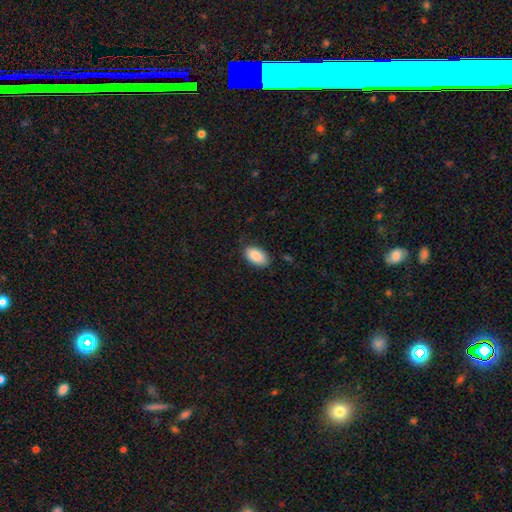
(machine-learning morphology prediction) smooth_or_featured: smooth (p=0.89) [alt: star or artifact p=0.06]
how_rounded: in between (p=0.94) [alt: round p=0.04]
merging: none (p=0.83) [alt: minor disturbance p=0.13]